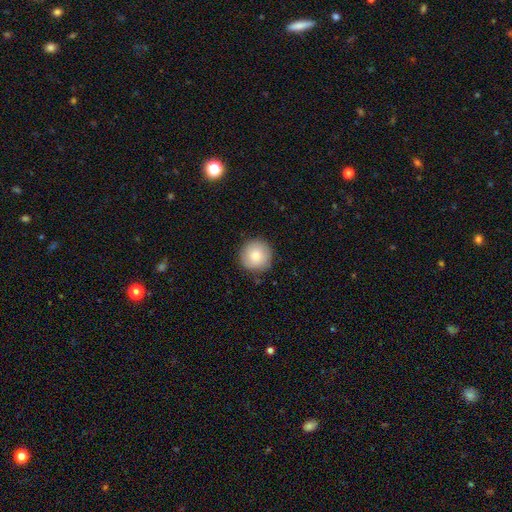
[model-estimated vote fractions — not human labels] A smooth galaxy with no disk features (81%) that is round (95%).

Vote fractions:
- Smooth or featured? smooth: 81% / featured or disk: 12% / star or artifact: 7%
- How rounded? round: 95% / in between: 4% / cigar-shaped: 1%
- Merging? none: 87% / minor disturbance: 9% / major disturbance: 2% / merger: 1%